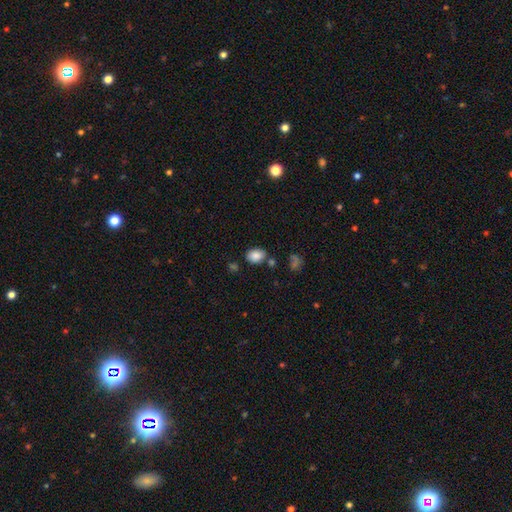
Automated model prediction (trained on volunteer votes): smooth-or-featured: smooth: 86% | star or artifact: 9% | featured or disk: 5%
  how-rounded: in between: 67% | round: 32% | cigar-shaped: 1%
  merging: none: 75% | minor disturbance: 14% | merger: 7% | major disturbance: 4%